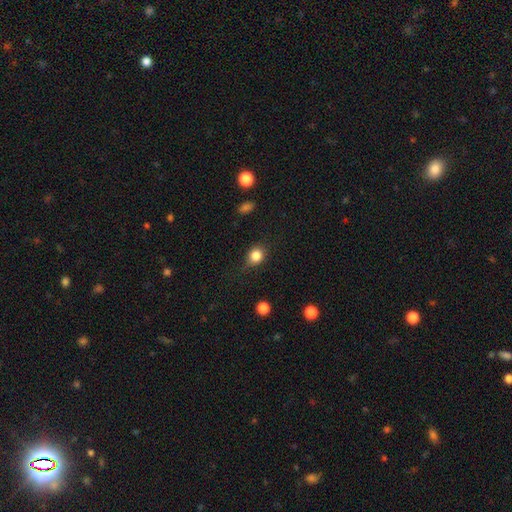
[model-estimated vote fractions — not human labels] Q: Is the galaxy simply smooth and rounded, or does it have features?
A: smooth — 83%.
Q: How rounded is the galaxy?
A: round — 70%.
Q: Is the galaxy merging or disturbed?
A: none — 76%.